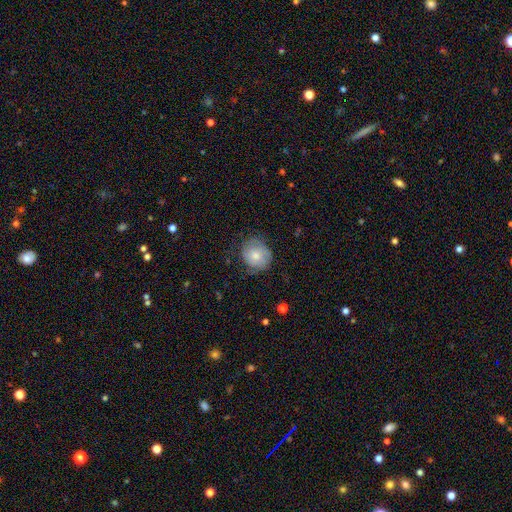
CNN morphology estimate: Smooth or featured? Predicted: smooth (p=0.62). How rounded? Predicted: round (p=0.79). Merging? Predicted: none (p=0.64).